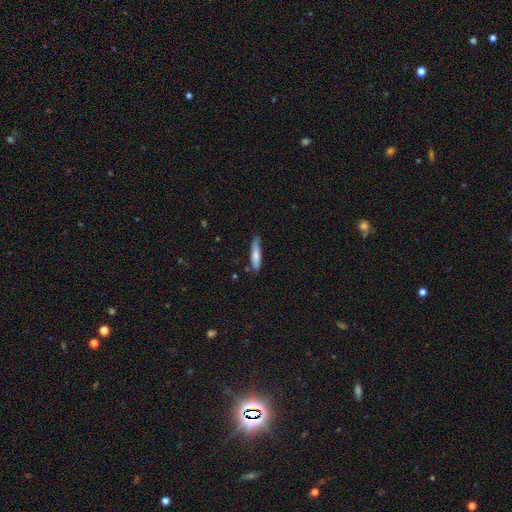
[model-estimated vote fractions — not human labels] Smooth or featured?
  - smooth: 74% *
  - featured or disk: 20%
  - star or artifact: 6%
How rounded?
  - cigar-shaped: 81% *
  - in between: 18%
  - round: 1%
Merging?
  - none: 73% *
  - minor disturbance: 21%
  - major disturbance: 3%
  - merger: 3%